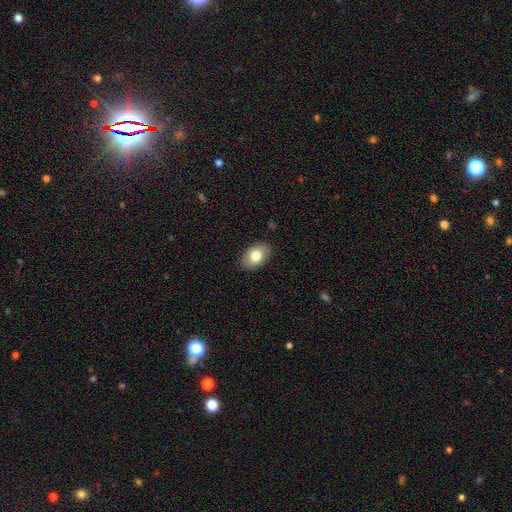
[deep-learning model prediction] Smooth or featured?
  - smooth: 79% *
  - featured or disk: 14%
  - star or artifact: 7%
How rounded?
  - in between: 89% *
  - round: 10%
  - cigar-shaped: 1%
Merging?
  - none: 87% *
  - minor disturbance: 10%
  - major disturbance: 2%
  - merger: 1%